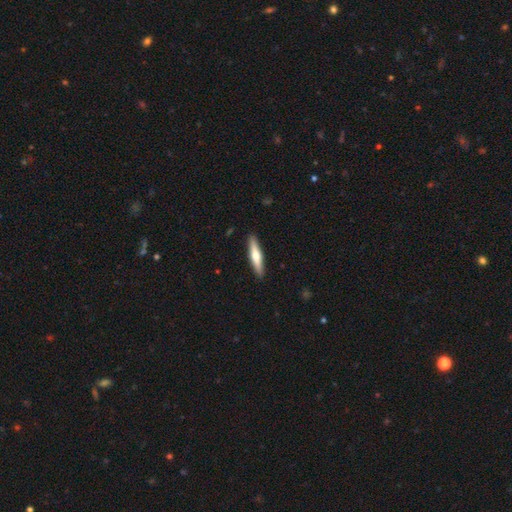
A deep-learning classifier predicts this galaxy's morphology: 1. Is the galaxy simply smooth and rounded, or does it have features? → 50% smooth, 45% featured or disk, 5% star or artifact.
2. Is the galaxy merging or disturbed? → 91% none, 7% minor disturbance, 1% major disturbance, 1% merger.